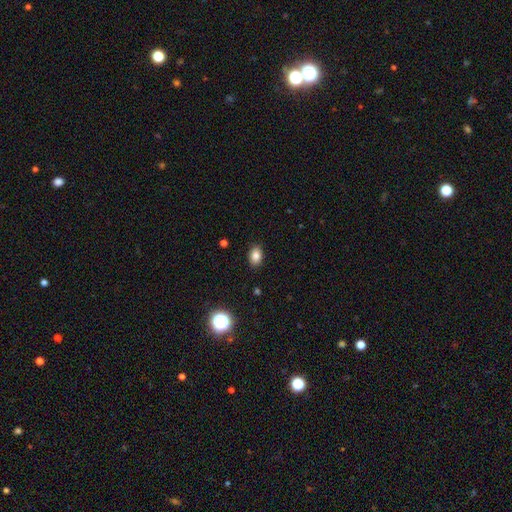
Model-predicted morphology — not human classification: The model was most divided on "how rounded": in between: 81%, round: 18%, cigar-shaped: 1%. More confident: merging — none (89%); smooth or featured — smooth (82%).